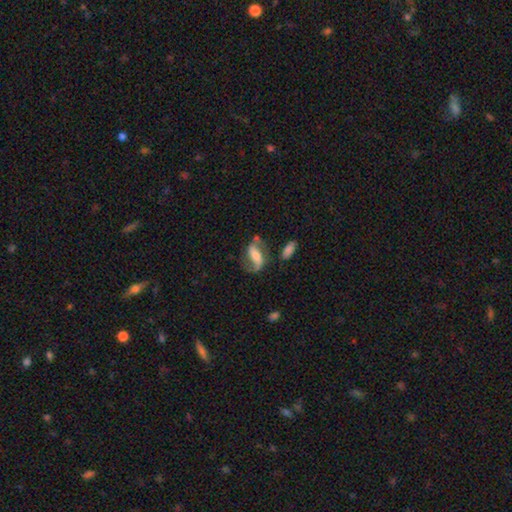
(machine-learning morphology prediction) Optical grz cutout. It shows a featured or disk galaxy (71%) with a strong bar (42%), 2 (85%) loose (56%) spiral arms (90%) and a moderate central bulge (41%). Merging: none (60%).